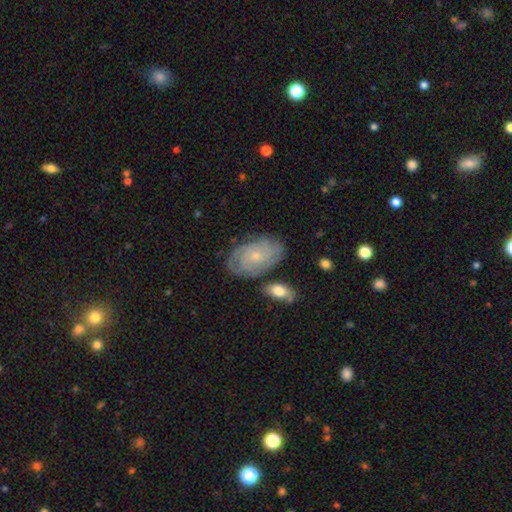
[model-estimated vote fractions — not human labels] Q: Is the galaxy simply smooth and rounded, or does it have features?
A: featured or disk — 70%.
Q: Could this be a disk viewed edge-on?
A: no — 95%.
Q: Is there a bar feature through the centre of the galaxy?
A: no — 78%.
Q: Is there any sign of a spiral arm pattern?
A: yes — 91%.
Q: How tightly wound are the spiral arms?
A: tight — 71%.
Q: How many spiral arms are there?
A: can't tell — 42%.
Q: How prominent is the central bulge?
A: small — 72%.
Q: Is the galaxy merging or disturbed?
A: none — 76%.